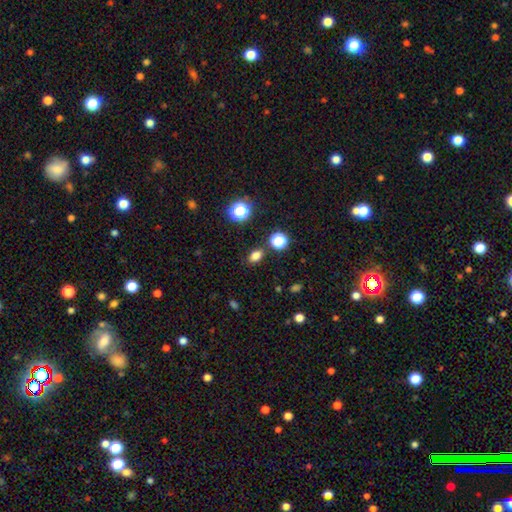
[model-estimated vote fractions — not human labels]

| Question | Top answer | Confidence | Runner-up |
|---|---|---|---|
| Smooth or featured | smooth | 78% | star or artifact (17%) |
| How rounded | in between | 72% | round (27%) |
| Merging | none | 83% | minor disturbance (10%) |